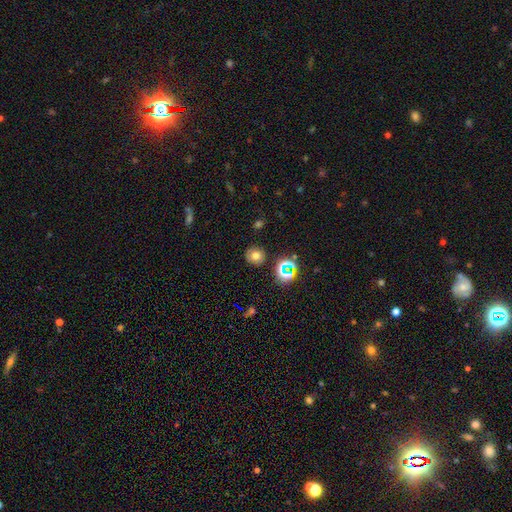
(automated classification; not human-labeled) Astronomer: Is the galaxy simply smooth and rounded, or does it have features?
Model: smooth — 70%.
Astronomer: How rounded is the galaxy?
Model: round — 87%.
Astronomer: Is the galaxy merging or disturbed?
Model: none — 83%.